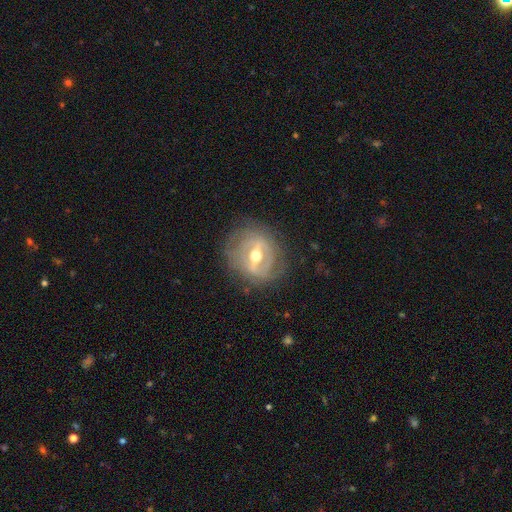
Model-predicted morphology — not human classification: A featured or disk galaxy (80%) with a strong bar (57%), spiral arms (57%) and a moderate central bulge (77%).

Vote fractions:
- Smooth or featured? featured or disk: 80% / smooth: 14% / star or artifact: 7%
- Edge-on disk? no: 92% / yes: 8%
- Bar? strong: 57% / weak: 32% / no: 12%
- Spiral arms? yes: 57% / no: 43%
- Bulge size? moderate: 77% / small: 13% / large: 8% / dominant: 1% / none: 1%
- Merging? none: 74% / minor disturbance: 16% / major disturbance: 8% / merger: 1%